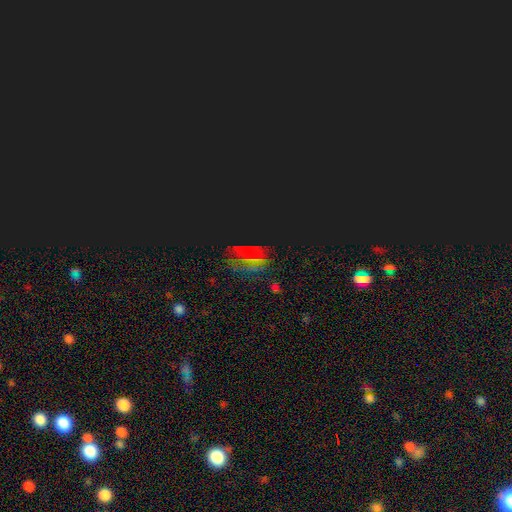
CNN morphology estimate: Q: Smooth or featured?
A: star or artifact (67%); runner-up: smooth (21%)